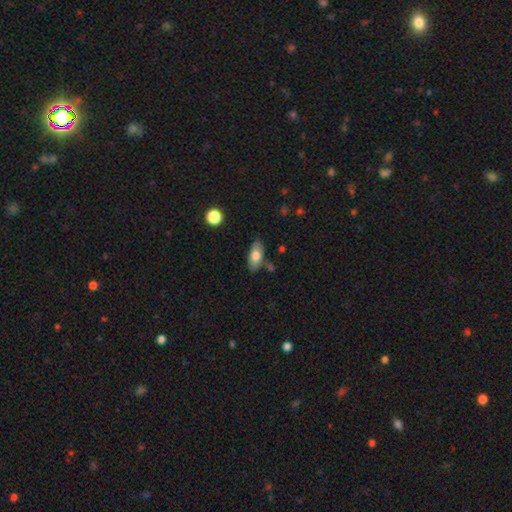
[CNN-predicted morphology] A smooth galaxy with no disk features (75%) that is in between round and cigar-shaped (90%). Merging: none (77%).